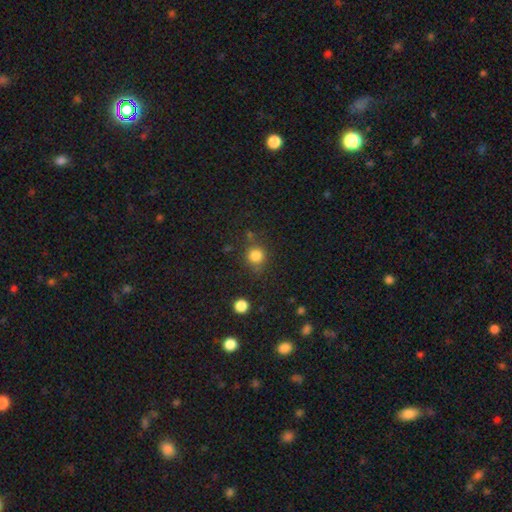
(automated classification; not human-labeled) Smooth or featured? smooth (82%)
How rounded? round (90%)
Merging? none (77%)